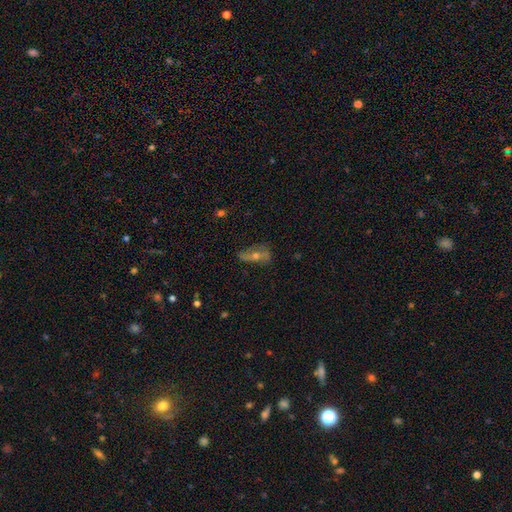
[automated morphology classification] Smooth or featured?
  - featured or disk: 56% *
  - smooth: 28%
  - star or artifact: 16%
Edge-on disk?
  - no: 74% *
  - yes: 26%
Merging?
  - none: 66% *
  - minor disturbance: 21%
  - major disturbance: 11%
  - merger: 3%